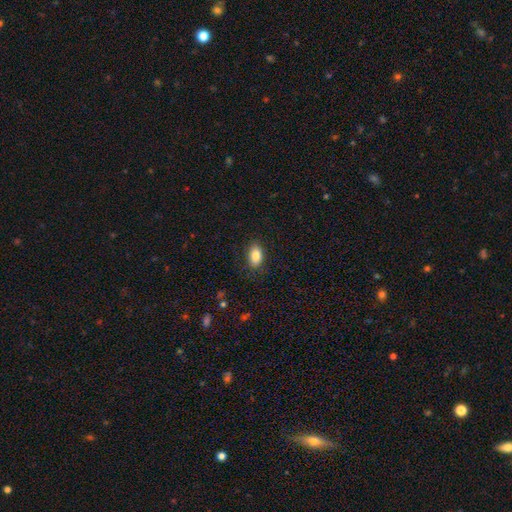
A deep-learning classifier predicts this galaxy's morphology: type=smooth (85%); roundness=in between (90%); merging=none (85%).